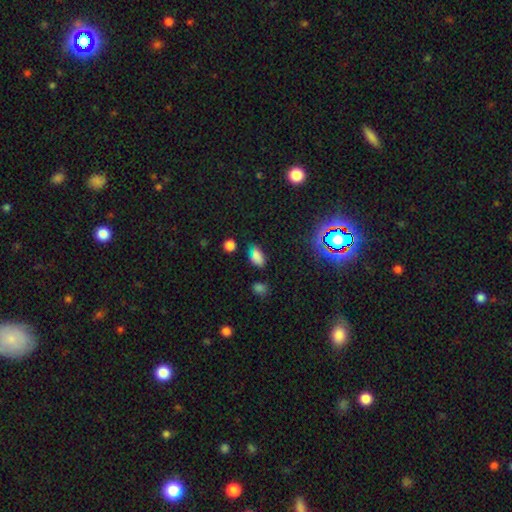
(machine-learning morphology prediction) A smooth galaxy with no disk features (73%) that is in between round and cigar-shaped (88%).

Vote fractions:
- Smooth or featured? smooth: 73% / star or artifact: 20% / featured or disk: 7%
- How rounded? in between: 88% / round: 8% / cigar-shaped: 4%
- Merging? none: 67% / minor disturbance: 21% / major disturbance: 6% / merger: 6%